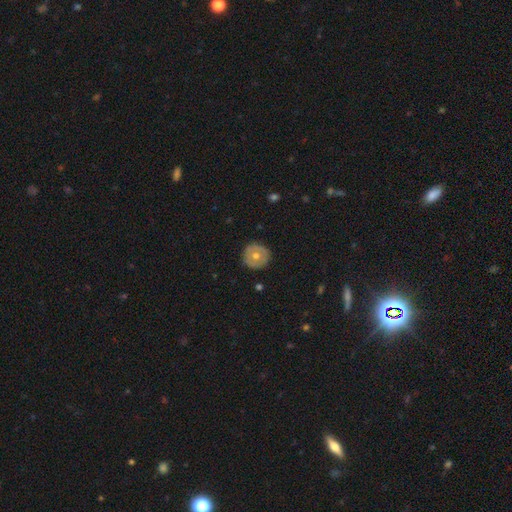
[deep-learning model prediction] Overall: smooth (55%; featured or disk 38%). How rounded: round (94%). Merging: none (88%).